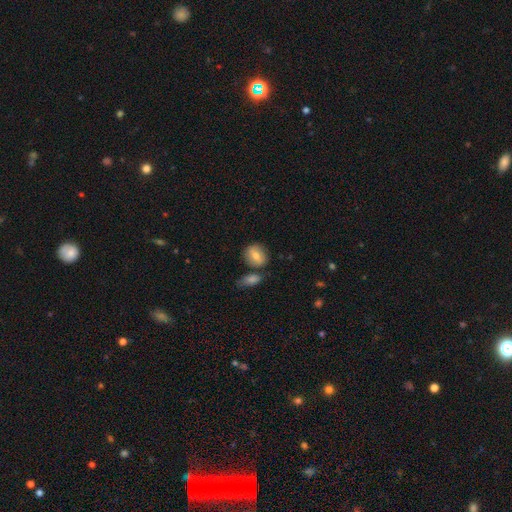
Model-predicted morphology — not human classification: Q: Smooth or featured?
A: smooth (72%); runner-up: featured or disk (20%)
Q: How rounded?
A: round (60%); runner-up: in between (38%)
Q: Merging?
A: none (67%); runner-up: merger (15%)